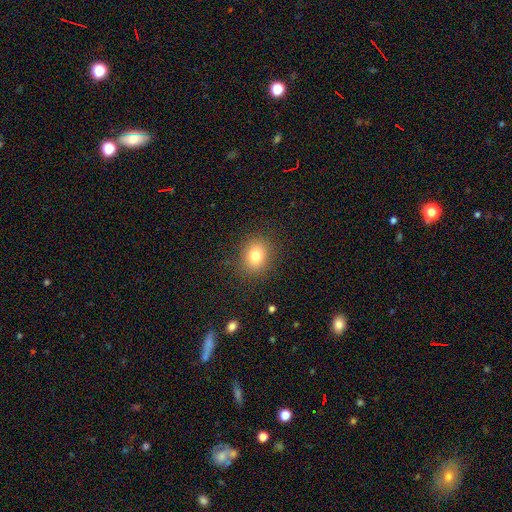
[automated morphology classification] A smooth galaxy with no disk features (79%) that is round (62%). Merging: none (87%).